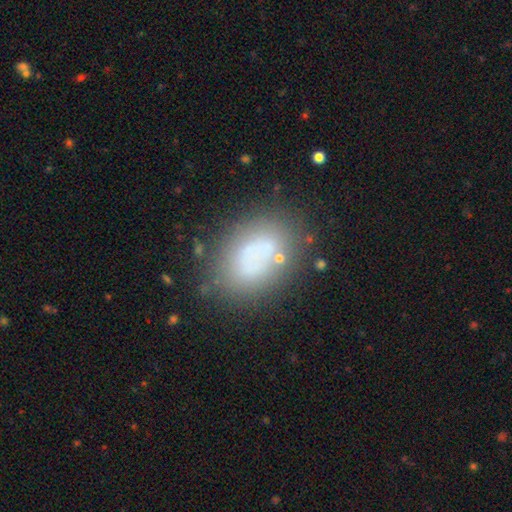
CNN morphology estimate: The model was most divided on "smooth or featured": smooth: 61%, featured or disk: 26%, star or artifact: 13%. More confident: how rounded — in between (80%); merging — none (66%).